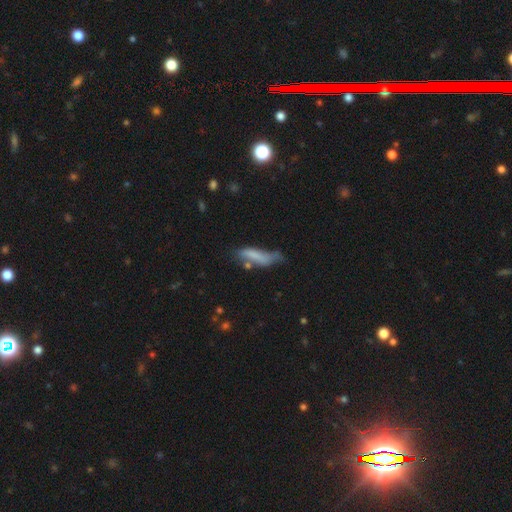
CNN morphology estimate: The model was most divided on "merging": none: 36%, minor disturbance: 33%, major disturbance: 20%, merger: 11%. More confident: smooth or featured — smooth (67%); how rounded — cigar-shaped (62%).